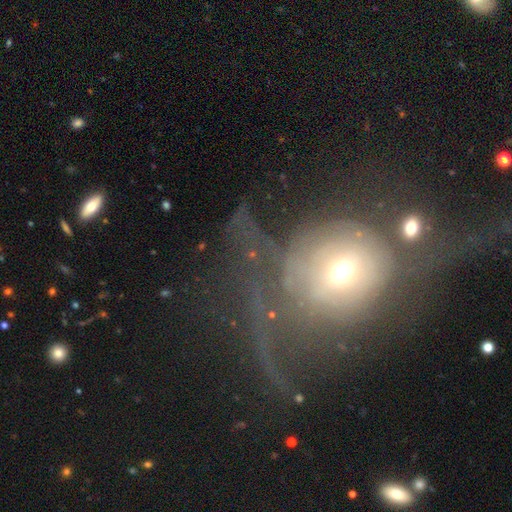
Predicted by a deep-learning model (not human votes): Overall: smooth (41%; featured or disk 37%). Merging: major disturbance (53%; none 26%).